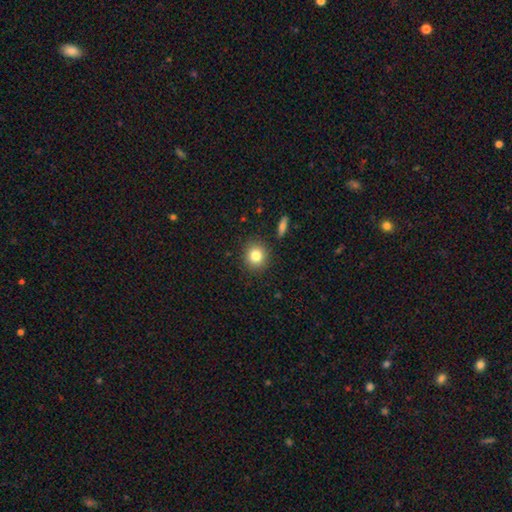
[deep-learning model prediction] The model was most divided on "smooth or featured": smooth: 82%, star or artifact: 10%, featured or disk: 8%. More confident: merging — none (89%); how rounded — round (86%).